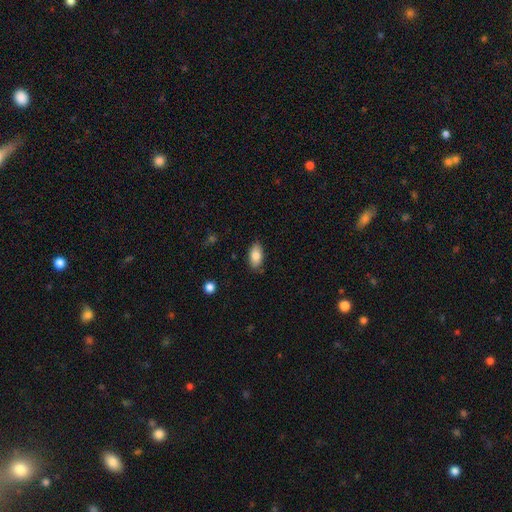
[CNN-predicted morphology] smooth-or-featured: smooth: 83% | featured or disk: 10% | star or artifact: 7%
  how-rounded: in between: 92% | cigar-shaped: 4% | round: 4%
  merging: none: 83% | minor disturbance: 14% | major disturbance: 2% | merger: 1%